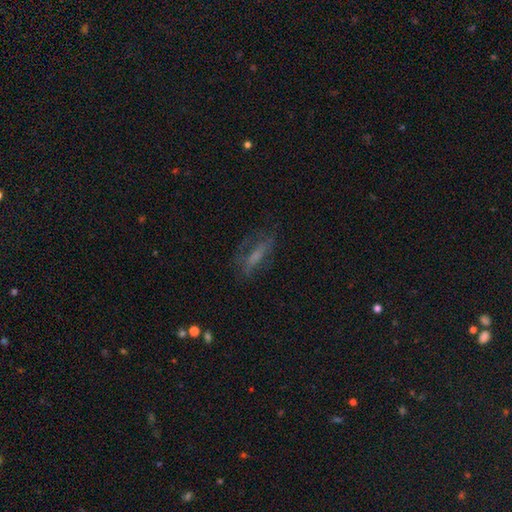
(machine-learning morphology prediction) The model was most divided on "smooth or featured": smooth: 43%, featured or disk: 42%, star or artifact: 16%. More confident: merging — none (59%).